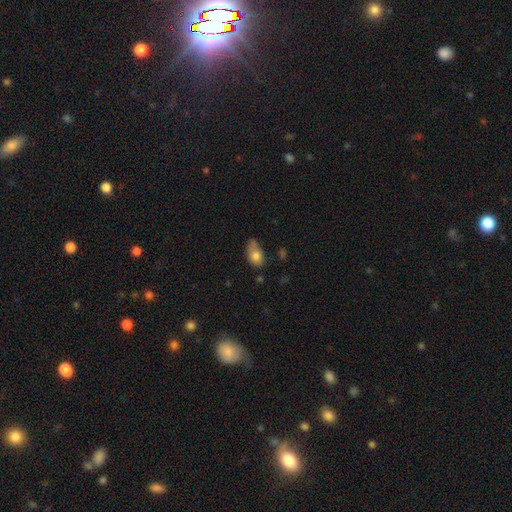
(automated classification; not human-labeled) smooth-or-featured: smooth: 76% | featured or disk: 15% | star or artifact: 9%
  how-rounded: in between: 84% | round: 14% | cigar-shaped: 3%
  merging: minor disturbance: 37% | none: 36% | major disturbance: 17% | merger: 11%